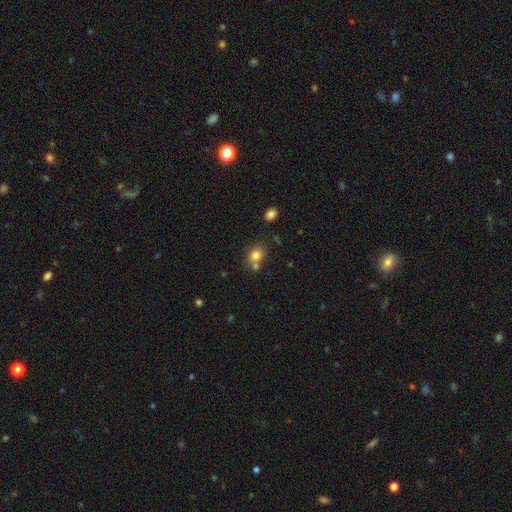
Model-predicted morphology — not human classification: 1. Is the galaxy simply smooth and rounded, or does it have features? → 80% smooth, 12% star or artifact, 8% featured or disk.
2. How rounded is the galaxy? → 55% round, 44% in between, 1% cigar-shaped.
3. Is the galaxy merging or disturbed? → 60% none, 23% merger, 13% minor disturbance, 4% major disturbance.